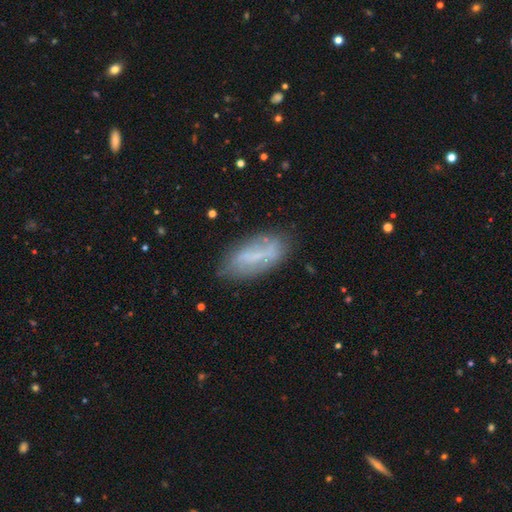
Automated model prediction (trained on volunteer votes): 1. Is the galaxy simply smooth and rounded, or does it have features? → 45% smooth (tied), 45% featured or disk (tied), 10% star or artifact.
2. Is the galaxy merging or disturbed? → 73% none, 19% minor disturbance, 6% major disturbance, 3% merger.